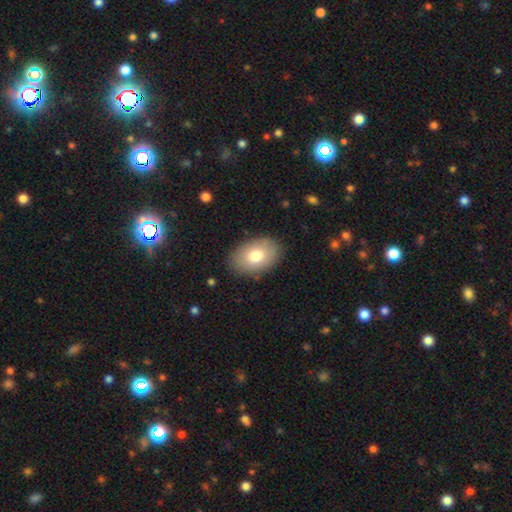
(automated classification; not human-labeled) Q: Smooth or featured?
A: smooth (77%); runner-up: featured or disk (16%)
Q: How rounded?
A: in between (86%); runner-up: round (13%)
Q: Merging?
A: none (86%); runner-up: minor disturbance (11%)